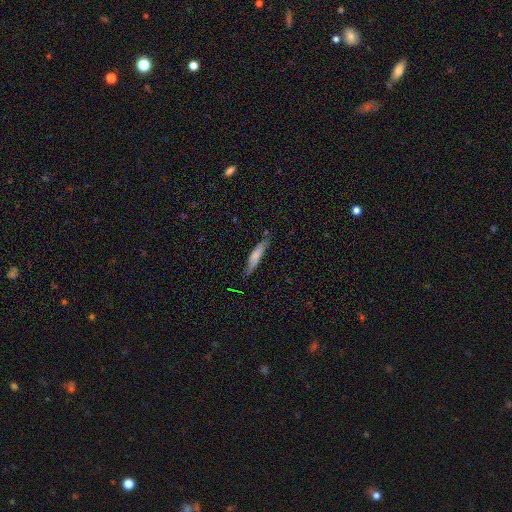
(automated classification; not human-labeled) smooth 65%, featured or disk 29%, star or artifact 6%. Down the decision tree: how rounded — cigar-shaped (82%); merging — none (75%).